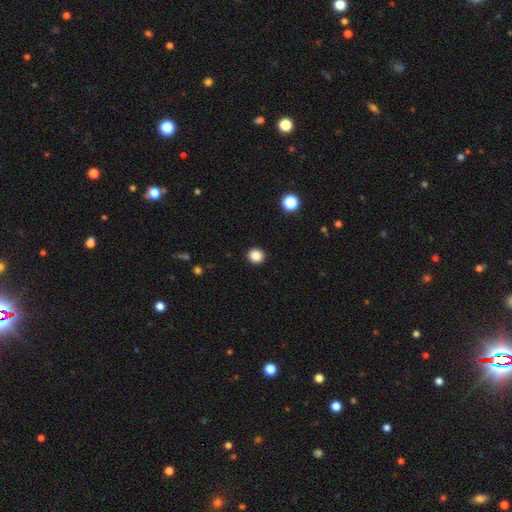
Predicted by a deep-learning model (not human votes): smooth_or_featured: smooth (p=0.86) [alt: star or artifact p=0.11]
how_rounded: round (p=0.88) [alt: in between p=0.11]
merging: none (p=0.93) [alt: minor disturbance p=0.04]